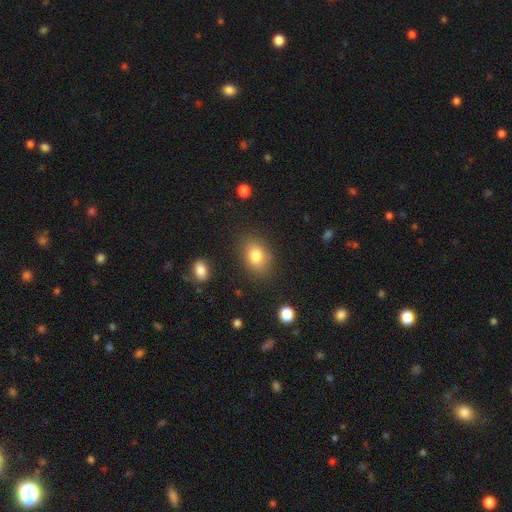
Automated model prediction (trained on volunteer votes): Smooth or featured? smooth (82%)
How rounded? in between (72%)
Merging? none (81%)